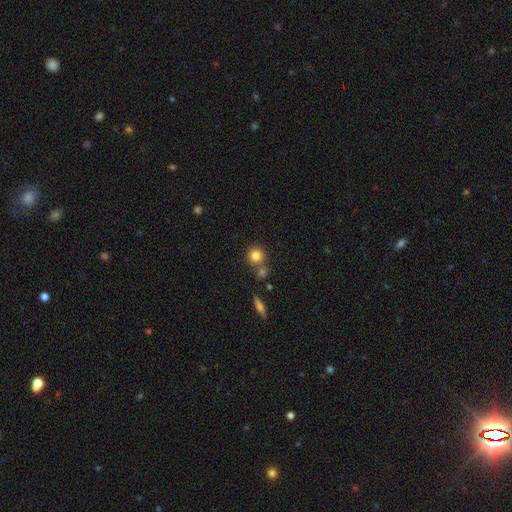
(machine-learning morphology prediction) Smooth or featured: smooth — 81% (star or artifact — 11%)
How rounded: round — 91% (in between — 8%)
Merging: none — 65% (merger — 23%)